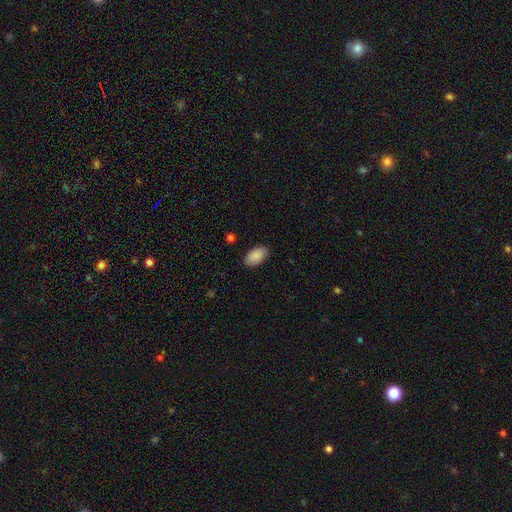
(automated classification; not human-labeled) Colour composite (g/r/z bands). It shows a smooth galaxy with no disk features (89%) that is in between round and cigar-shaped (95%). Merging: none (86%).